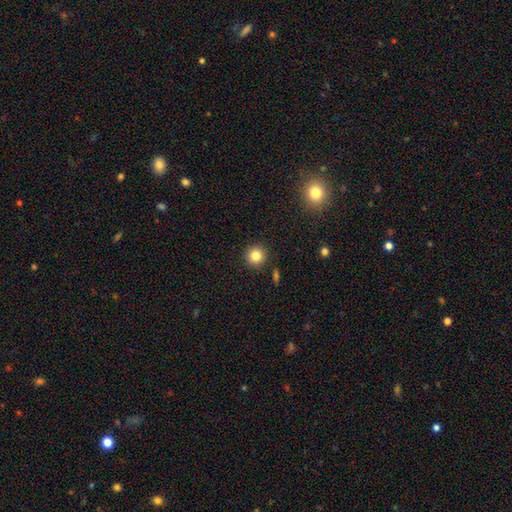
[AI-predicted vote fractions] A smooth galaxy with no disk features (83%) that is round (94%). Merging: none (91%).